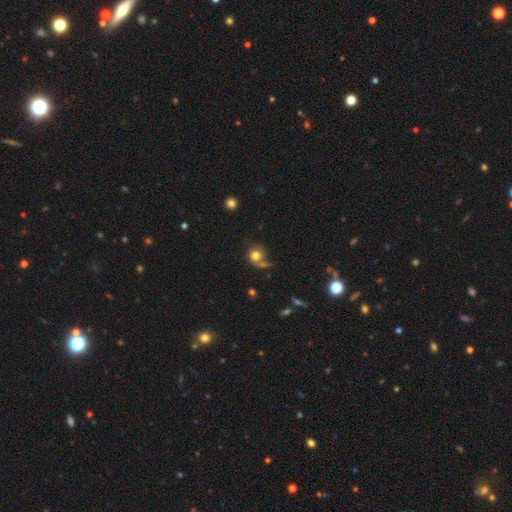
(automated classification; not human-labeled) Smooth or featured?
  - smooth: 75% *
  - featured or disk: 14%
  - star or artifact: 11%
How rounded?
  - round: 83% *
  - in between: 16%
  - cigar-shaped: 1%
Merging?
  - none: 49% *
  - merger: 21%
  - minor disturbance: 16%
  - major disturbance: 14%